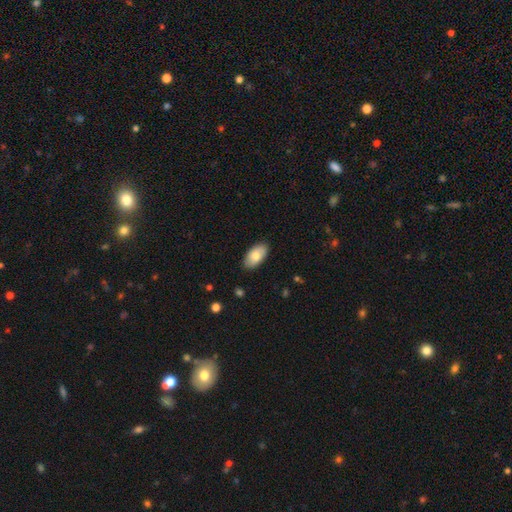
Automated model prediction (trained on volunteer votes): Smooth or featured? smooth (81%)
How rounded? in between (95%)
Merging? none (87%)